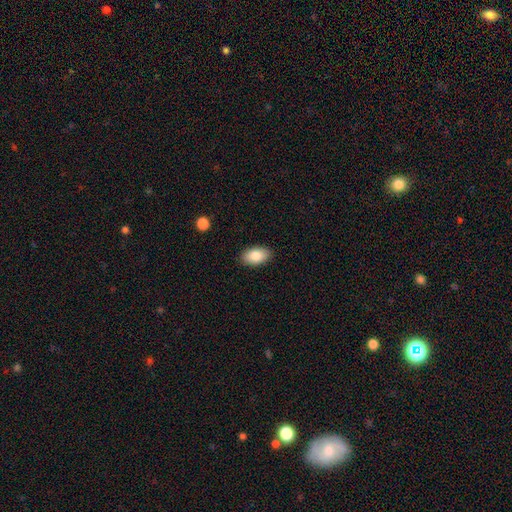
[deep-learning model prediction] smooth-or-featured: smooth: 85% | featured or disk: 9% | star or artifact: 7%
  how-rounded: in between: 94% | round: 5% | cigar-shaped: 1%
  merging: none: 89% | minor disturbance: 8% | major disturbance: 2% | merger: 1%